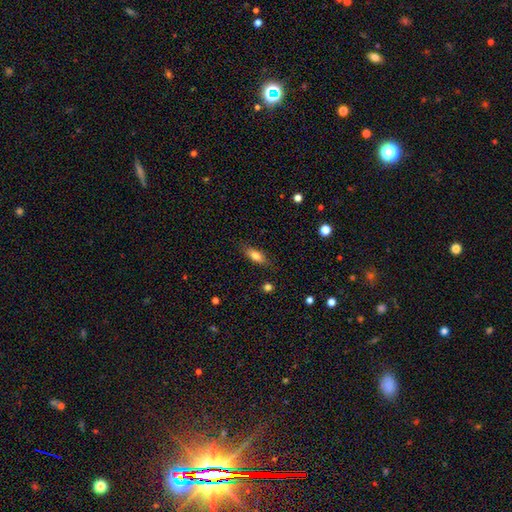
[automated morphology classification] A smooth galaxy with no disk features (72%) that is in between round and cigar-shaped (65%). Merging: none (81%).